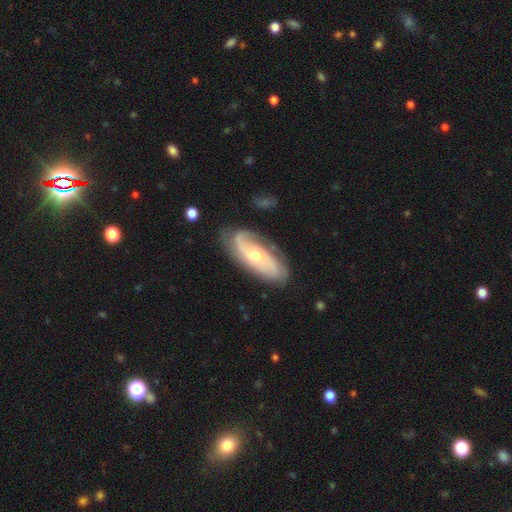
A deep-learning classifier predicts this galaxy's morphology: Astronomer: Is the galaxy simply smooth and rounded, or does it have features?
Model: featured or disk — 78%.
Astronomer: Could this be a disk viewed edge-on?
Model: no — 91%.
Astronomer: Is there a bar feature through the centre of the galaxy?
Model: no — 66%.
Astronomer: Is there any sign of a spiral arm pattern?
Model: yes — 93%.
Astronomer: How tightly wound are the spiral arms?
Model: medium — 39% (runner-up: tight, 34%).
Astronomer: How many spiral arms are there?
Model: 2 — 59%.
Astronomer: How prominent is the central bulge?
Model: small — 50% (runner-up: moderate, 46%).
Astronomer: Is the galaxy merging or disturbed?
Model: none — 72%.